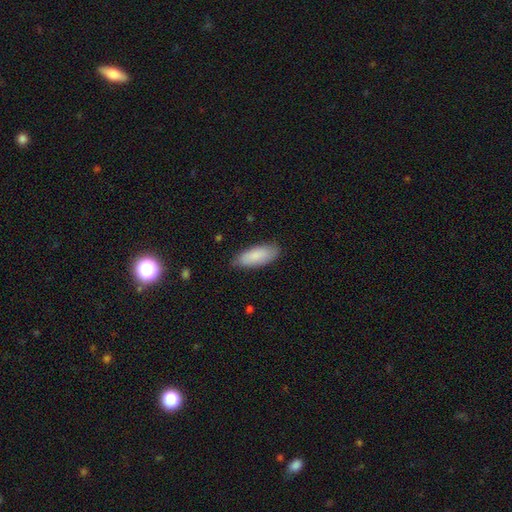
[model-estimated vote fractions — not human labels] The model was most divided on "how rounded": in between: 77%, cigar-shaped: 21%, round: 2%. More confident: smooth or featured — smooth (86%); merging — none (81%).